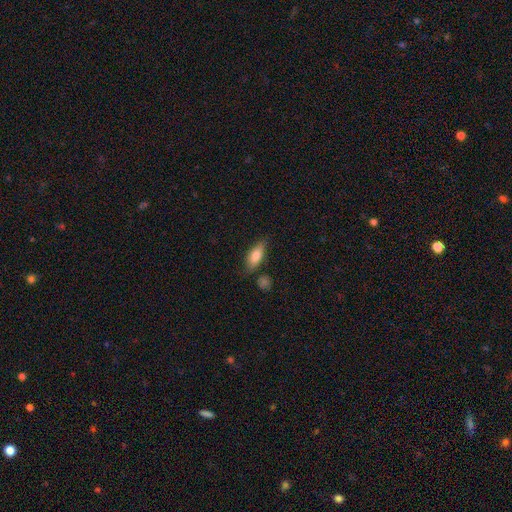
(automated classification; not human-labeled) Morphology: type=smooth (76%); roundness=in between (72%); merging=none (74%).